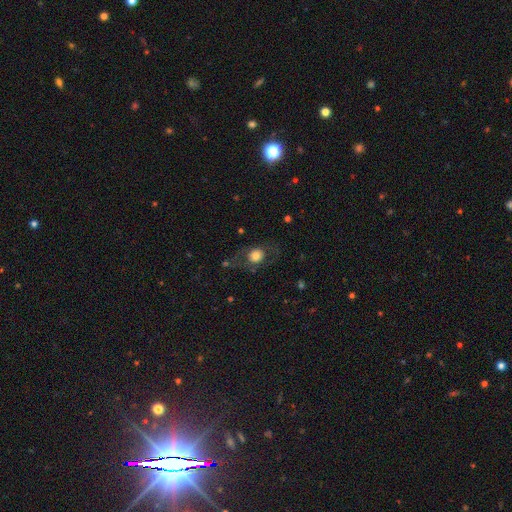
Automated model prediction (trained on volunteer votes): A smooth galaxy with no disk features (64%) that is round (70%).

Vote fractions:
- Smooth or featured? smooth: 64% / featured or disk: 27% / star or artifact: 9%
- How rounded? round: 70% / in between: 29% / cigar-shaped: 2%
- Merging? none: 64% / major disturbance: 18% / minor disturbance: 16% / merger: 2%